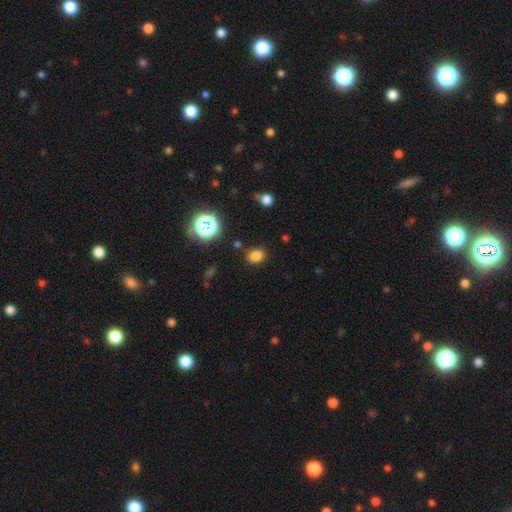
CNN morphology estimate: Smooth or featured? Predicted: smooth (p=0.77). How rounded? Predicted: in between (p=0.62). Merging? Predicted: none (p=0.81).